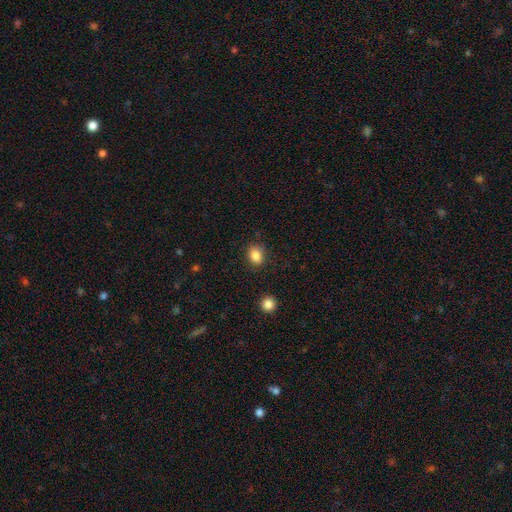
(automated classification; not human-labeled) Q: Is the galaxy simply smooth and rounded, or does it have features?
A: smooth — 86%.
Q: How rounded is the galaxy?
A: in between — 58%.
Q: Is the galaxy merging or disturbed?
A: none — 83%.